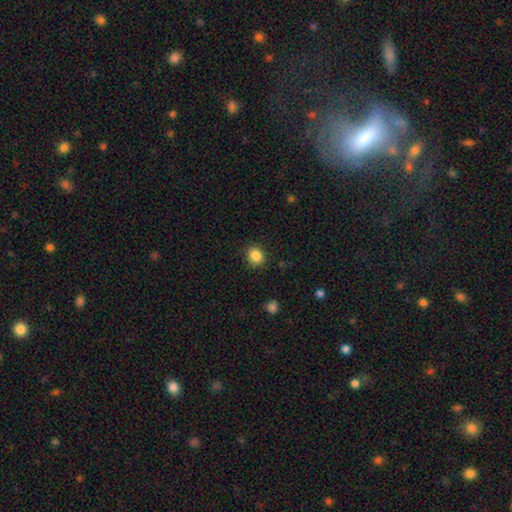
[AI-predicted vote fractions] smooth_or_featured: smooth (p=0.86) [alt: star or artifact p=0.10]
how_rounded: round (p=0.77) [alt: in between p=0.22]
merging: none (p=0.88) [alt: minor disturbance p=0.08]